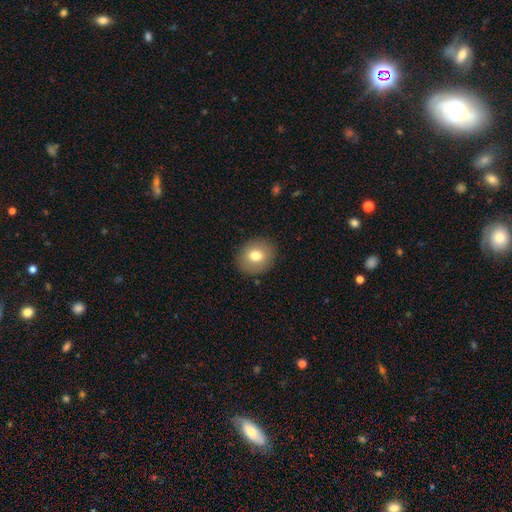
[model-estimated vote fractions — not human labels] Smooth or featured?
  - smooth: 76% *
  - featured or disk: 15%
  - star or artifact: 9%
How rounded?
  - round: 65% *
  - in between: 34%
  - cigar-shaped: 1%
Merging?
  - none: 89% *
  - minor disturbance: 8%
  - major disturbance: 2%
  - merger: 1%